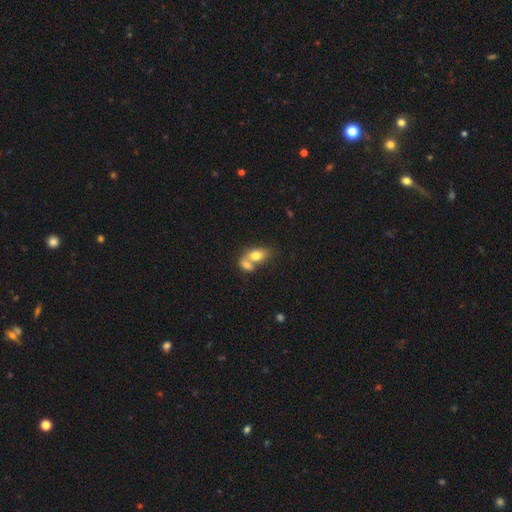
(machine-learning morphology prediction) Smooth or featured? smooth (74%)
How rounded? in between (79%)
Merging? merger (68%)